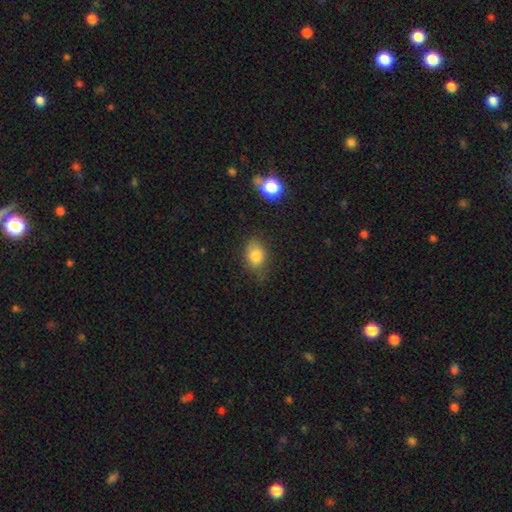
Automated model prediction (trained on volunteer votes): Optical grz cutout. It shows a smooth galaxy with no disk features (80%) that is in between round and cigar-shaped (72%). Merging: none (64%).